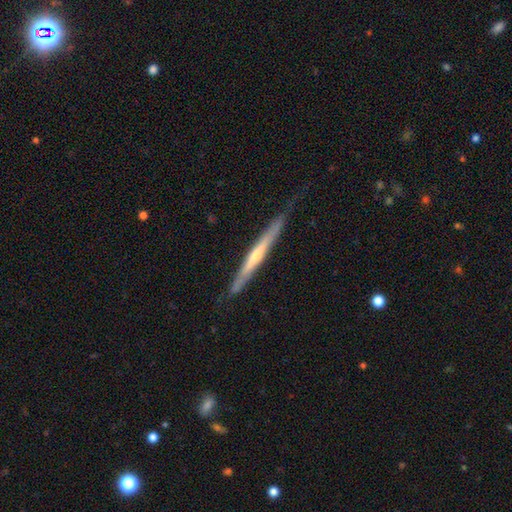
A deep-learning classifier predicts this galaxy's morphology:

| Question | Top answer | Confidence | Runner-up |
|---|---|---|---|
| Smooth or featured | featured or disk | 70% | smooth (24%) |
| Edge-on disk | yes | 96% | no (4%) |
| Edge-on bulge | rounded | 65% | none (30%) |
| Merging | none | 78% | minor disturbance (18%) |